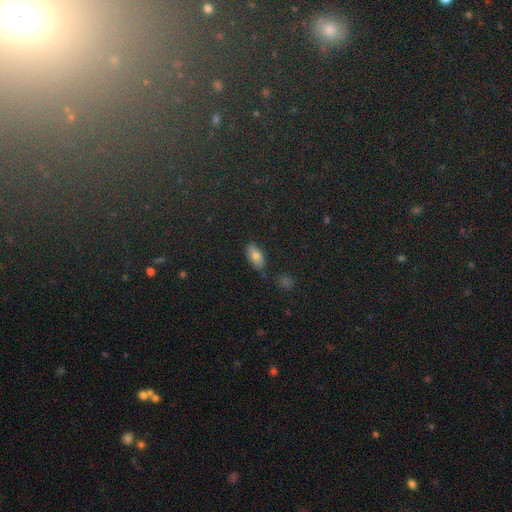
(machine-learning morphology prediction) Smooth or featured?
  - smooth: 68% *
  - star or artifact: 18%
  - featured or disk: 14%
How rounded?
  - in between: 84% *
  - cigar-shaped: 11%
  - round: 5%
Merging?
  - none: 75% *
  - minor disturbance: 17%
  - major disturbance: 4%
  - merger: 4%